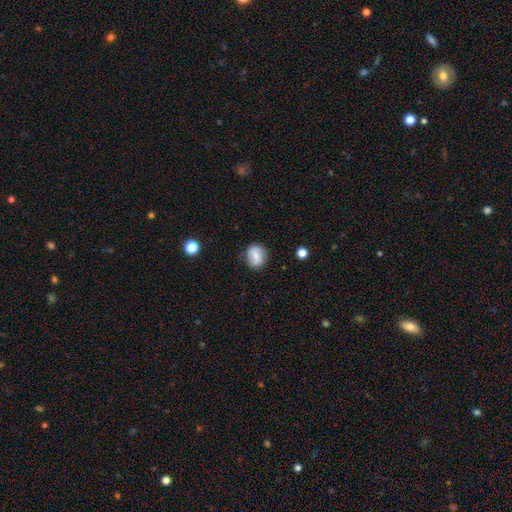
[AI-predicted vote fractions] Q: Smooth or featured?
A: smooth (61%); runner-up: featured or disk (30%)
Q: How rounded?
A: round (67%); runner-up: in between (31%)
Q: Merging?
A: none (79%); runner-up: minor disturbance (15%)